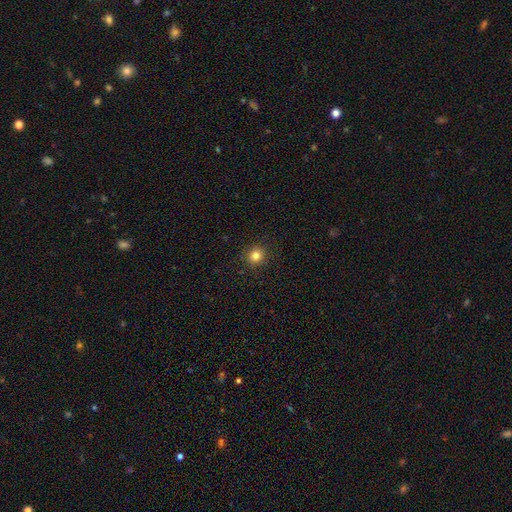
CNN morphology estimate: This appears to be a smooth galaxy with no disk features (83%) that is round (91%). Merging: none (91%).